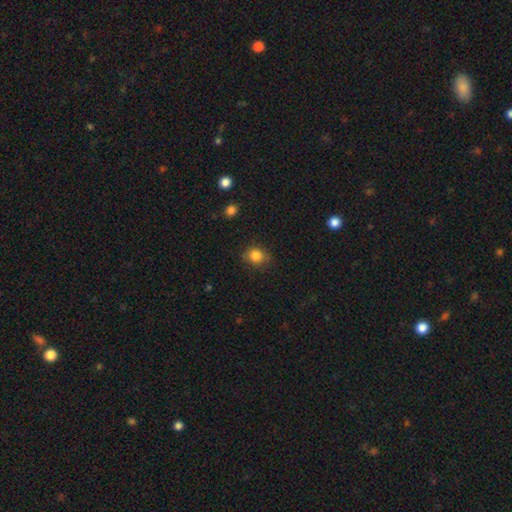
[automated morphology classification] Smooth or featured? Predicted: smooth (p=0.84). How rounded? Predicted: round (p=0.70). Merging? Predicted: none (p=0.75).